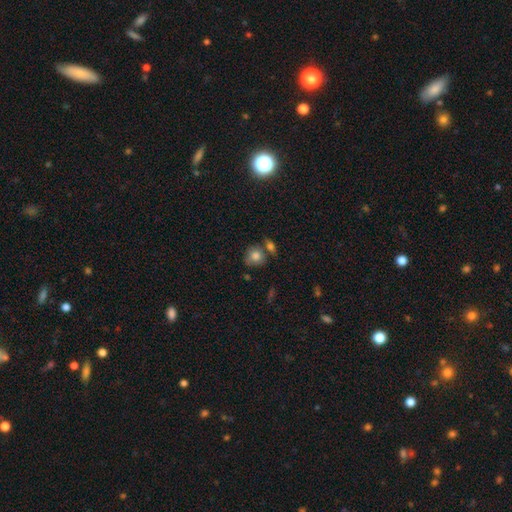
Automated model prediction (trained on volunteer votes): Overall: smooth (80%). How rounded: round (77%). Merging: none (56%; merger 22%).